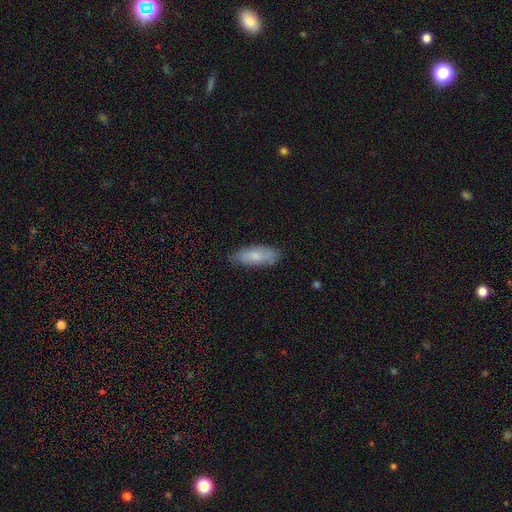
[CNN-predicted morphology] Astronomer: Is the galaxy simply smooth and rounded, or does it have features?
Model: smooth — 72%.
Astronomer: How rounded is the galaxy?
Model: in between — 75%.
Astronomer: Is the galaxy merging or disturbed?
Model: none — 78%.